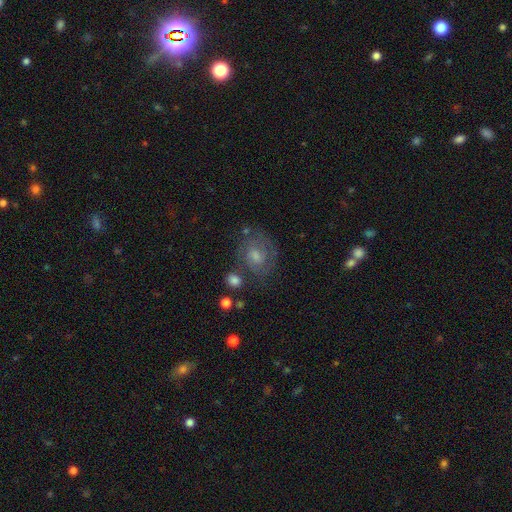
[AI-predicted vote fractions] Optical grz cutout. It shows a featured or disk galaxy (56%) with no bar (56%), spiral arms (76%) and a moderate central bulge (50%). Merging: none (68%).